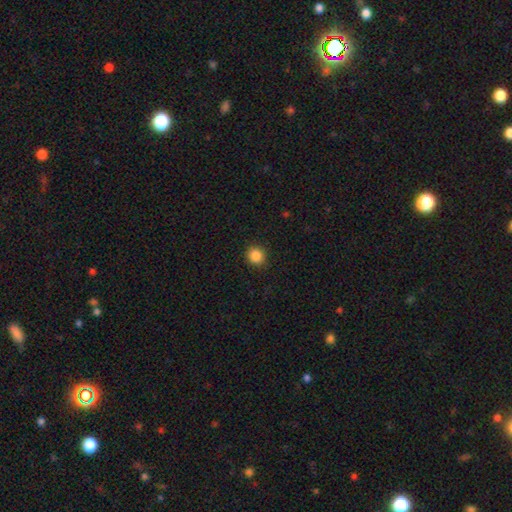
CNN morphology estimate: Smooth or featured? smooth (86%)
How rounded? round (89%)
Merging? none (91%)